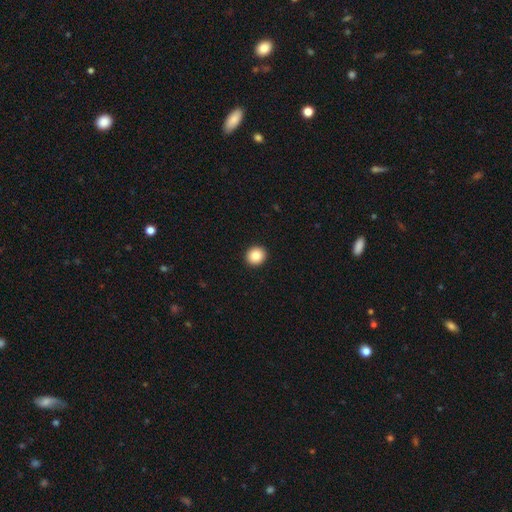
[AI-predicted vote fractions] Q: Smooth or featured?
A: smooth (87%); runner-up: star or artifact (9%)
Q: How rounded?
A: round (85%); runner-up: in between (14%)
Q: Merging?
A: none (93%); runner-up: minor disturbance (4%)